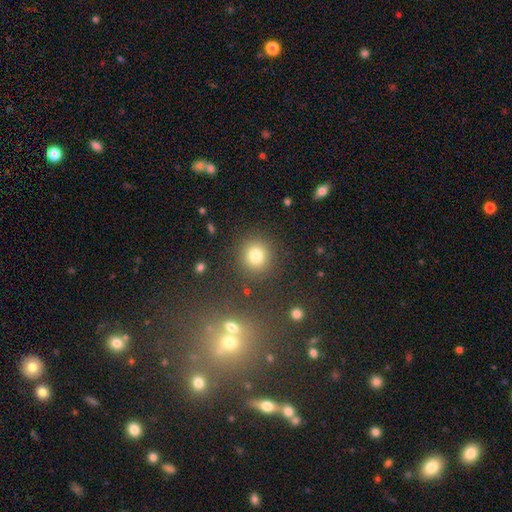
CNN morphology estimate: type=smooth (79%); roundness=round (89%); merging=none (86%).